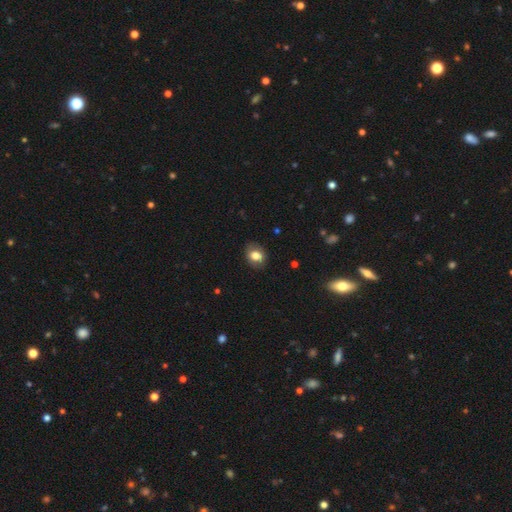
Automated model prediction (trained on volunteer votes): Smooth or featured: smooth — 77% (featured or disk — 14%)
How rounded: in between — 59% (round — 40%)
Merging: none — 82% (minor disturbance — 14%)